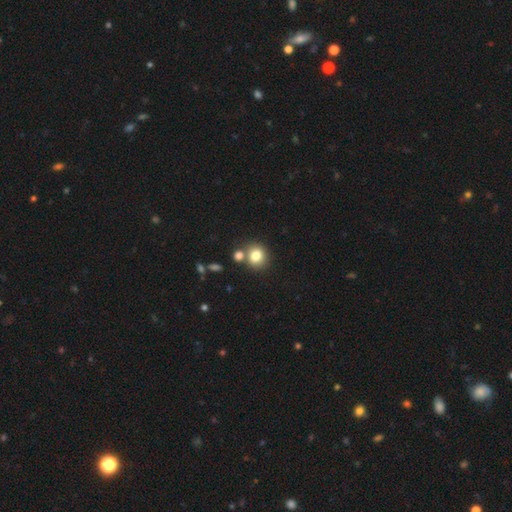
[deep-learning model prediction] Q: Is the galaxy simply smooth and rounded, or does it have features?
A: smooth — 81%.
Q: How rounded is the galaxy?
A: round — 78%.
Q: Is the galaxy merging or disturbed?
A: none — 66%.